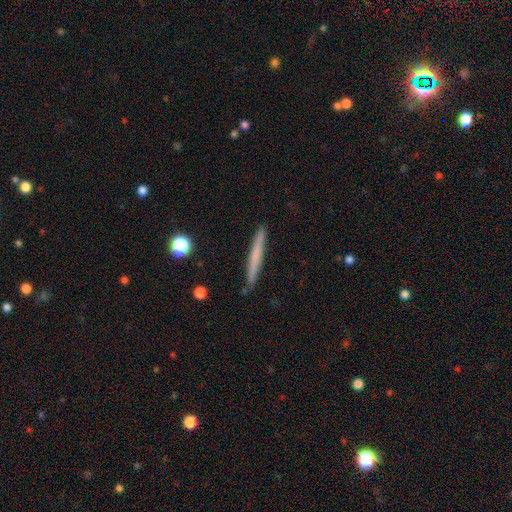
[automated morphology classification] smooth-or-featured: smooth: 59% | featured or disk: 35% | star or artifact: 6%
  how-rounded: cigar-shaped: 97% | in between: 2% | round: 1%
  merging: none: 90% | minor disturbance: 7% | major disturbance: 1% | merger: 1%